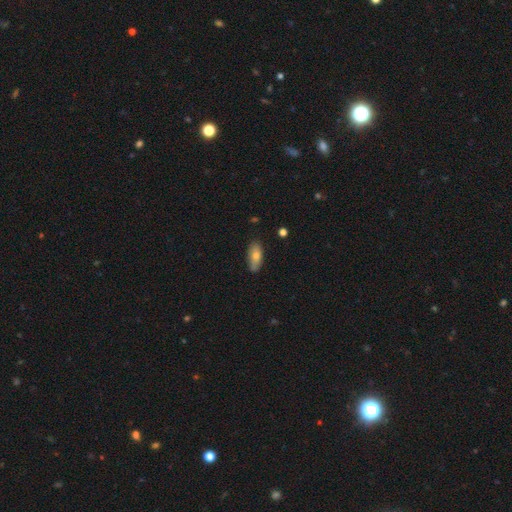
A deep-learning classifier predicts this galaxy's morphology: Overall: smooth (71%). How rounded: in between (85%). Merging: none (79%).